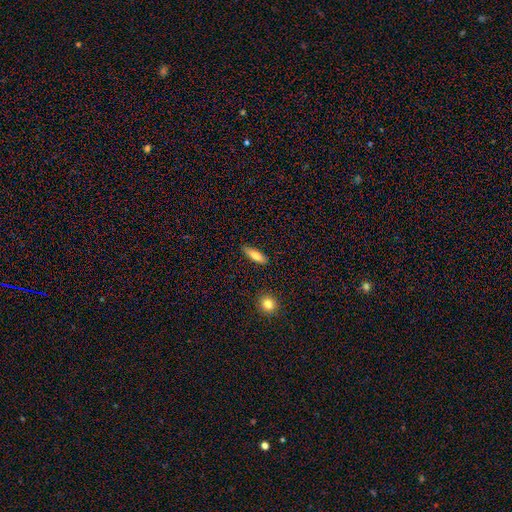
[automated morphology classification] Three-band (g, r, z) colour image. It shows a smooth galaxy with no disk features (72%) that is cigar-shaped (53%). Merging: none (87%).